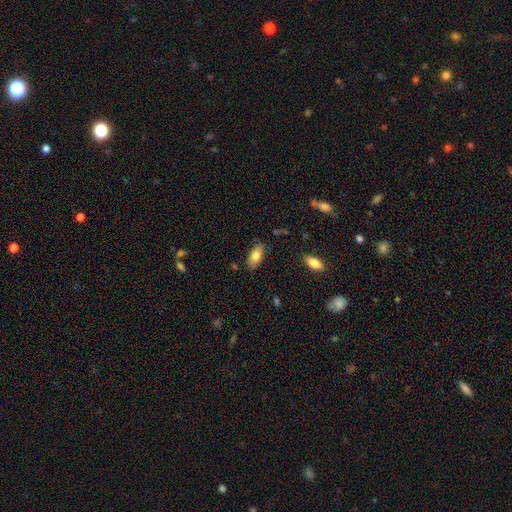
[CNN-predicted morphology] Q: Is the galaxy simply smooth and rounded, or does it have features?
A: smooth — 78%.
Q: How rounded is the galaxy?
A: in between — 90%.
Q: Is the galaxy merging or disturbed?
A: none — 80%.